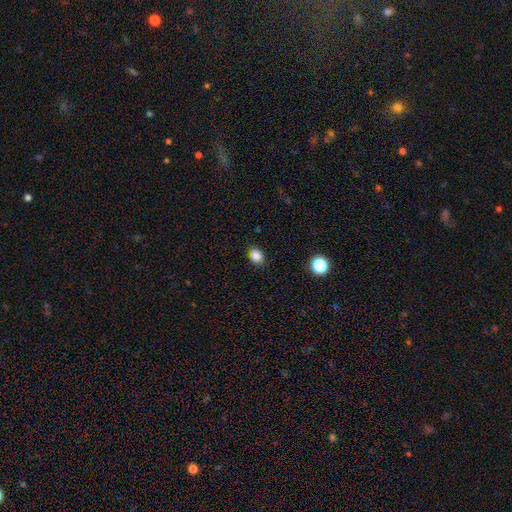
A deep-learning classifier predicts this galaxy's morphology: A smooth galaxy with no disk features (84%) that is in between round and cigar-shaped (52%).

Vote fractions:
- Smooth or featured? smooth: 84% / star or artifact: 11% / featured or disk: 4%
- How rounded? in between: 52% / round: 47% / cigar-shaped: 1%
- Merging? none: 76% / minor disturbance: 19% / major disturbance: 3% / merger: 2%